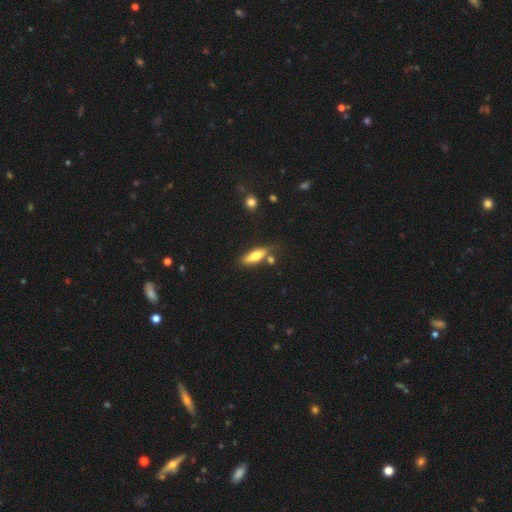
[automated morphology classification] A smooth galaxy with no disk features (67%) that is cigar-shaped (52%).

Vote fractions:
- Smooth or featured? smooth: 67% / featured or disk: 27% / star or artifact: 7%
- How rounded? cigar-shaped: 52% / in between: 46% / round: 2%
- Merging? none: 67% / minor disturbance: 17% / merger: 11% / major disturbance: 5%